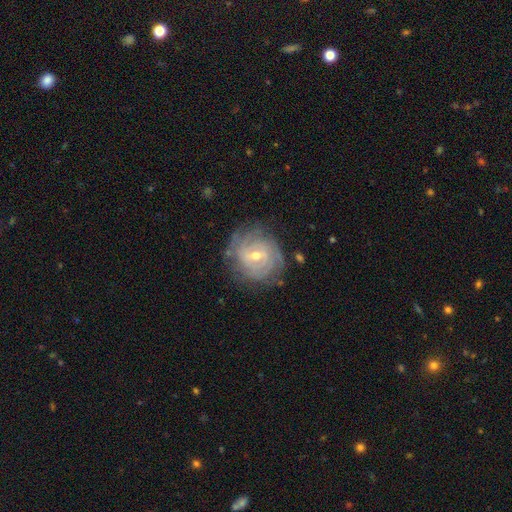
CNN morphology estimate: This is clearly a featured or disk galaxy (83%). It is clearly not viewed edge-on (97%). Bar: possibly weak (56%). Spiral arm pattern: clearly yes (93%). Spiral arm count: marginally can't tell (41%). Spiral winding: likely tight (74%). Central bulge: possibly moderate (49%). Merging: likely none (76%).